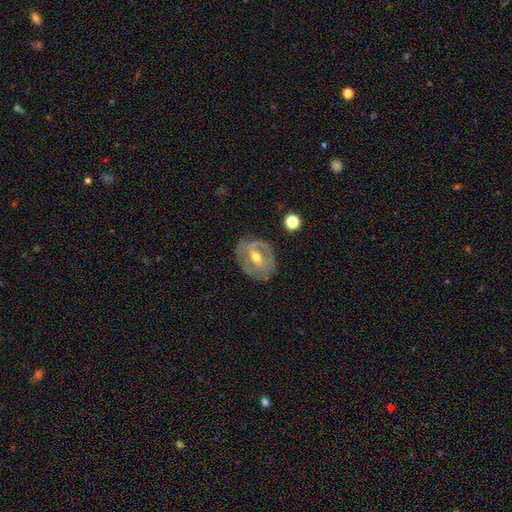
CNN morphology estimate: Q: Smooth or featured?
A: featured or disk (74%); runner-up: smooth (20%)
Q: Edge-on disk?
A: no (94%); runner-up: yes (6%)
Q: Bar?
A: weak (41%); runner-up: strong (35%)
Q: Spiral arms?
A: yes (52%); runner-up: no (48%)
Q: Bulge size?
A: moderate (70%); runner-up: small (25%)
Q: Merging?
A: none (76%); runner-up: minor disturbance (16%)